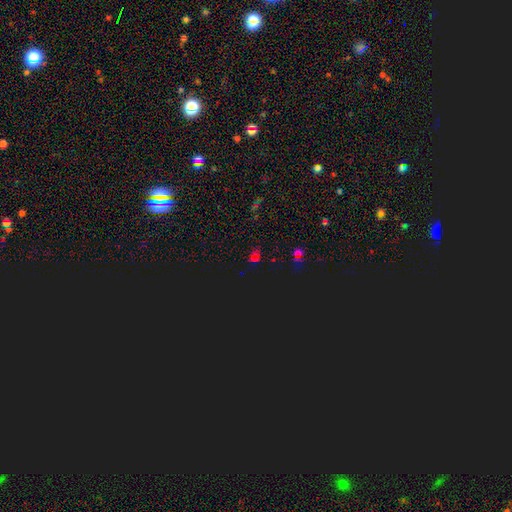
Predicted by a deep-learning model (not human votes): The model was most divided on "smooth or featured": star or artifact: 67%, smooth: 25%, featured or disk: 8%.